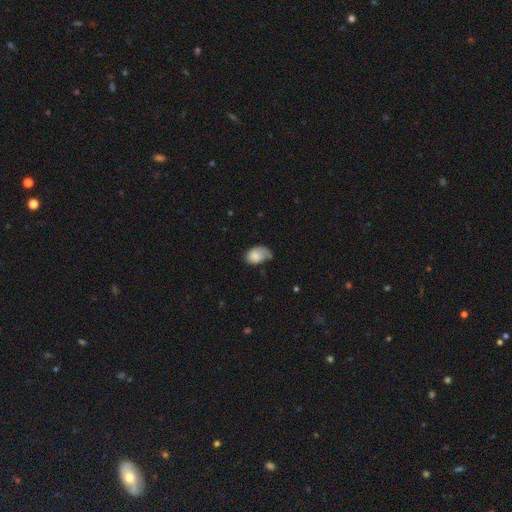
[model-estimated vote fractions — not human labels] Smooth or featured? Predicted: smooth (p=0.76). How rounded? Predicted: in between (p=0.83). Merging? Predicted: minor disturbance (p=0.38).